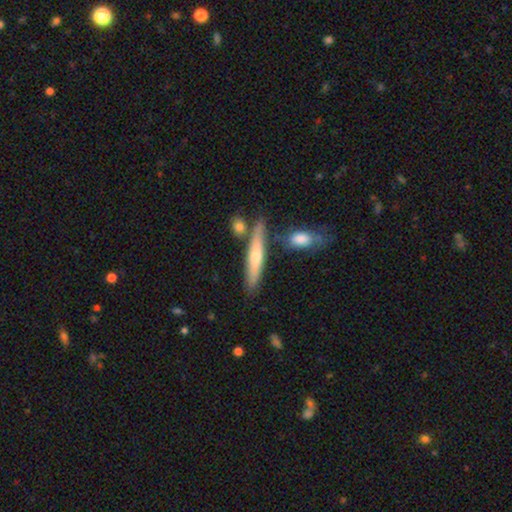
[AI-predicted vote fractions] smooth 49%, featured or disk 45%, star or artifact 6%. Down the decision tree: merging — none (75%).